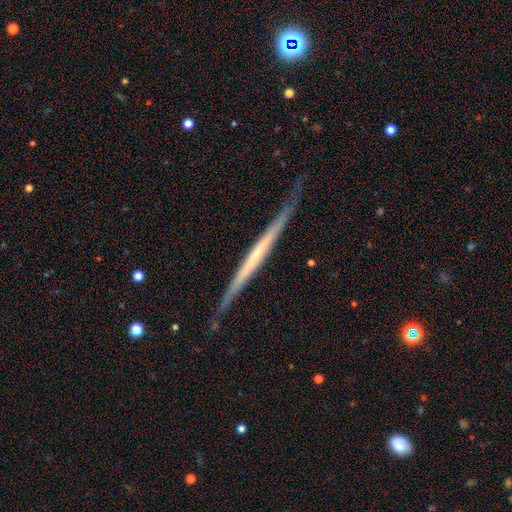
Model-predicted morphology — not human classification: Overall: featured or disk (69%). Edge-on disk: yes (97%). Edge-on bulge: none (83%). Merging: none (83%).